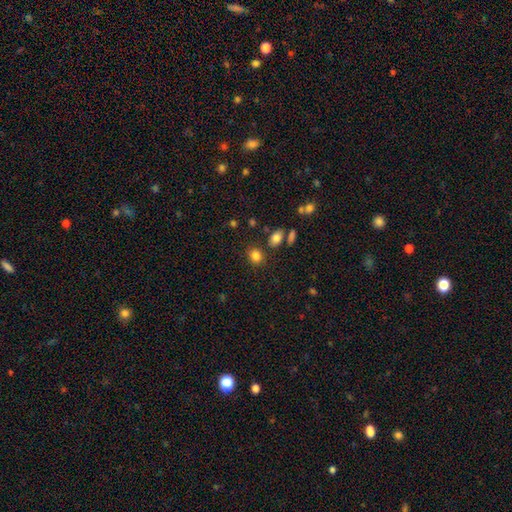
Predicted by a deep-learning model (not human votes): Q: Smooth or featured?
A: smooth (83%); runner-up: star or artifact (11%)
Q: How rounded?
A: round (57%); runner-up: in between (42%)
Q: Merging?
A: none (78%); runner-up: minor disturbance (11%)